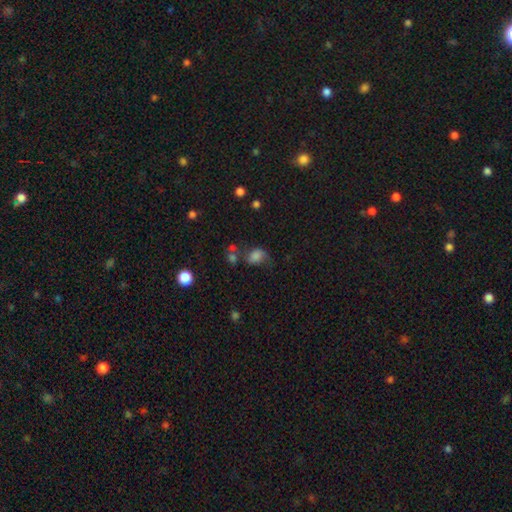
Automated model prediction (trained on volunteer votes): A smooth galaxy with no disk features (64%) that is in between round and cigar-shaped (62%). Merging: none (36%).